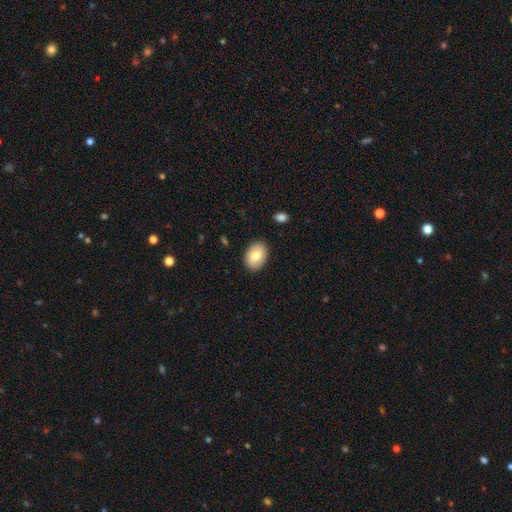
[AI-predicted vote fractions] This appears to be a smooth galaxy with no disk features (78%) that is in between round and cigar-shaped (80%). Merging: none (89%).